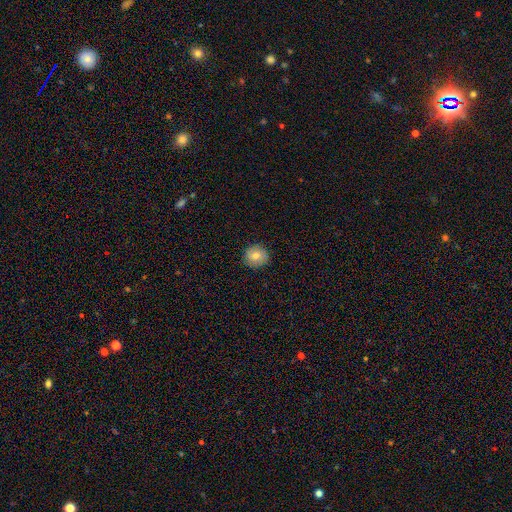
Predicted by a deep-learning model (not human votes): Overall: smooth (79%). How rounded: round (89%). Merging: none (90%).